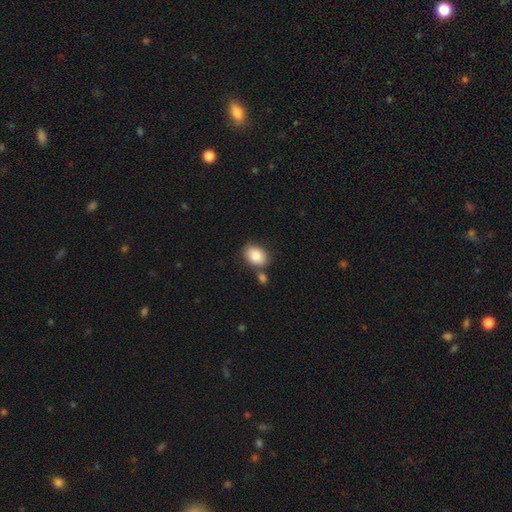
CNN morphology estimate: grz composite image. It shows a smooth galaxy with no disk features (84%) that is in between round and cigar-shaped (74%). Merging: none (68%).